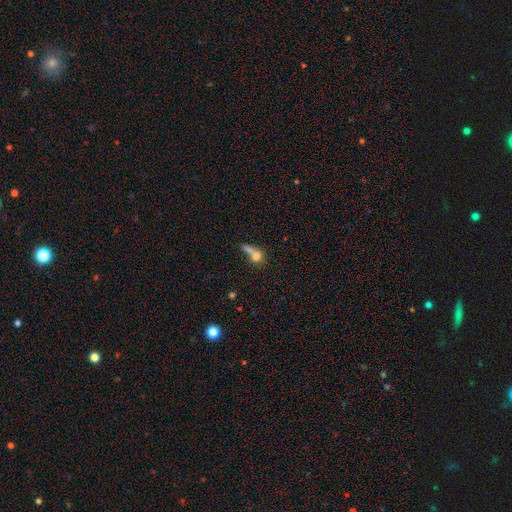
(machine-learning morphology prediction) smooth-or-featured: smooth: 70% | featured or disk: 18% | star or artifact: 11%
  how-rounded: round: 62% | in between: 31% | cigar-shaped: 7%
  merging: merger: 50% | none: 30% | major disturbance: 10% | minor disturbance: 10%